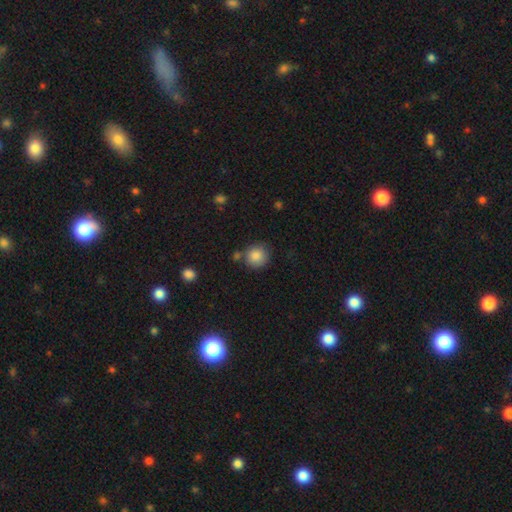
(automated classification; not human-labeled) Morphology: type=smooth (86%); roundness=round (90%); merging=none (73%).